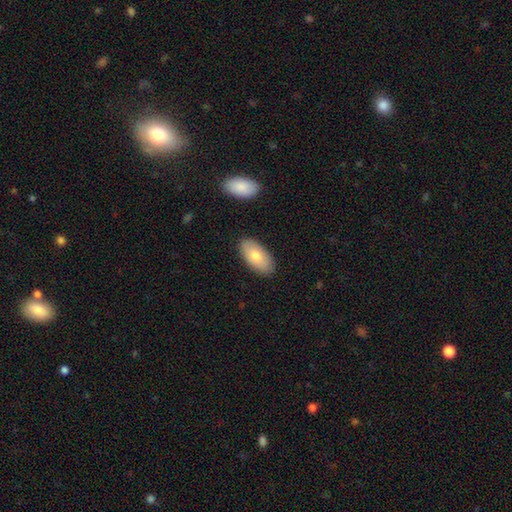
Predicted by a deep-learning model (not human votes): Smooth or featured: smooth — 76% (featured or disk — 18%)
How rounded: in between — 95% (cigar-shaped — 3%)
Merging: none — 87% (minor disturbance — 9%)